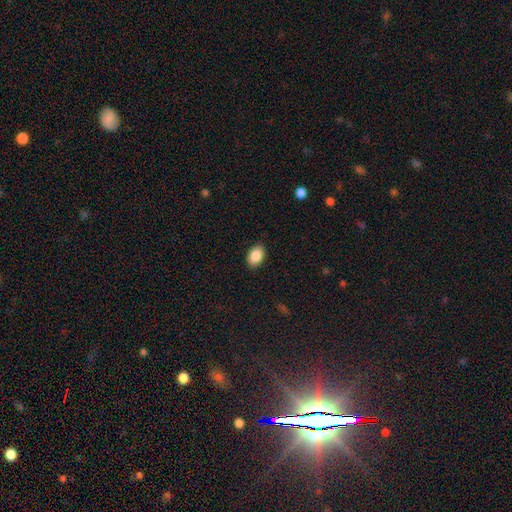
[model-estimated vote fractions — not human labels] Overall: smooth (88%). How rounded: in between (90%). Merging: none (88%).